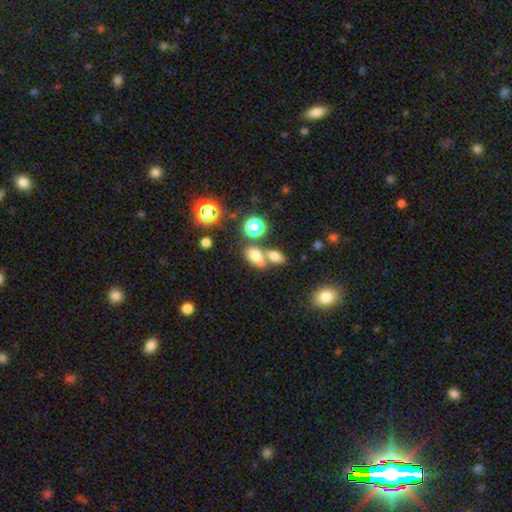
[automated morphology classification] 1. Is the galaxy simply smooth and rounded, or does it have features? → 72% smooth, 17% star or artifact, 12% featured or disk.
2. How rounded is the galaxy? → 78% in between, 19% round, 3% cigar-shaped.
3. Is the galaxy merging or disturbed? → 42% none (tied), 42% merger (tied), 11% minor disturbance, 5% major disturbance.